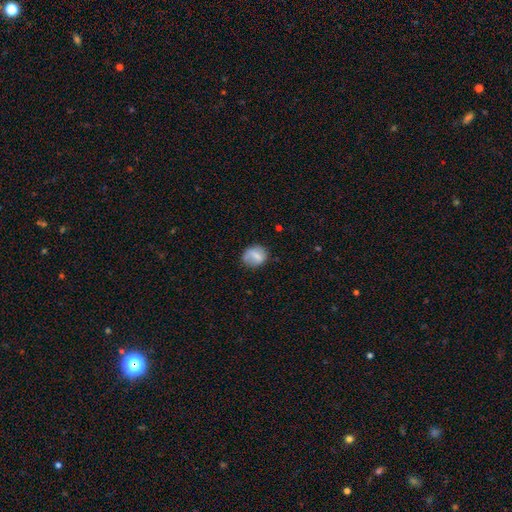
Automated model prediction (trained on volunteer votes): This is likely a smooth galaxy (70%). How rounded: likely round (62%). Merging: likely none (71%).